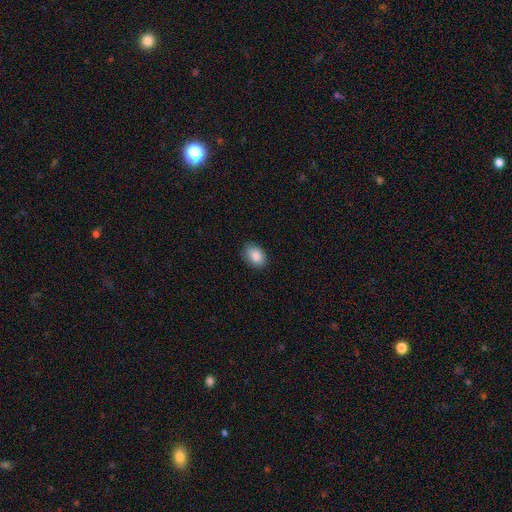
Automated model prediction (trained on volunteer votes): smooth 88%, star or artifact 7%, featured or disk 5%. Down the decision tree: how rounded — in between (84%); merging — none (85%).